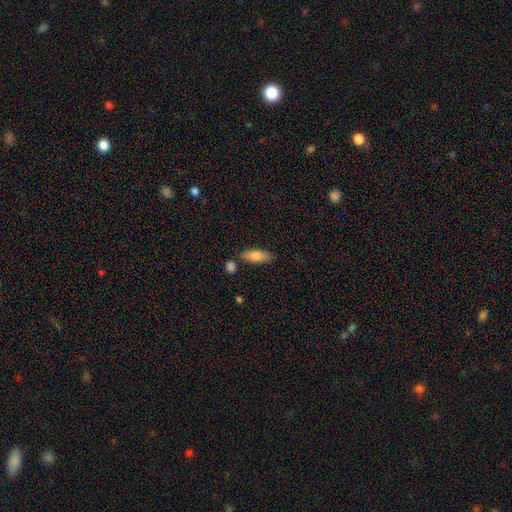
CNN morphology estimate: Smooth or featured? smooth (79%)
How rounded? in between (72%)
Merging? none (75%)